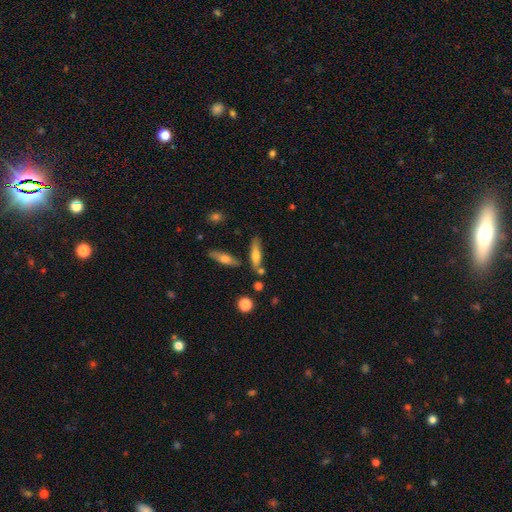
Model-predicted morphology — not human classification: type=smooth (61%); roundness=cigar-shaped (60%); merging=none (64%).